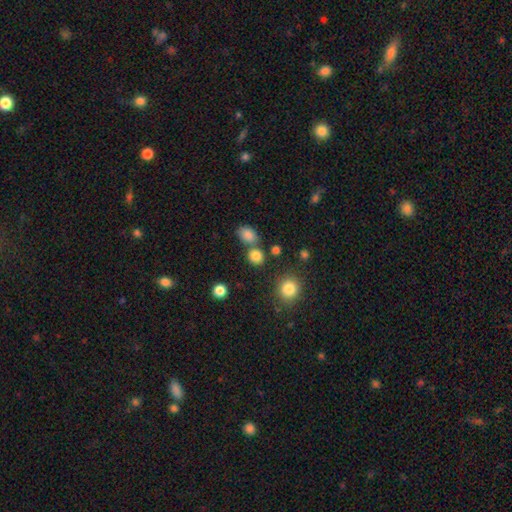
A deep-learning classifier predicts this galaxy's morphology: Q: Smooth or featured?
A: smooth (82%); runner-up: star or artifact (13%)
Q: How rounded?
A: round (76%); runner-up: in between (23%)
Q: Merging?
A: none (65%); runner-up: merger (23%)